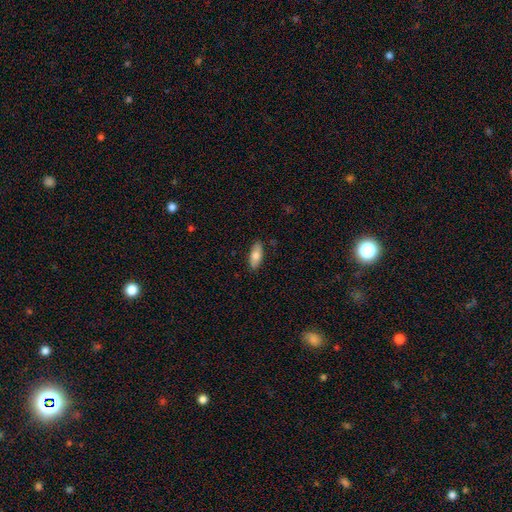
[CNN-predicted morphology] smooth 77%, featured or disk 17%, star or artifact 6%. Down the decision tree: how rounded — in between (85%); merging — none (87%).